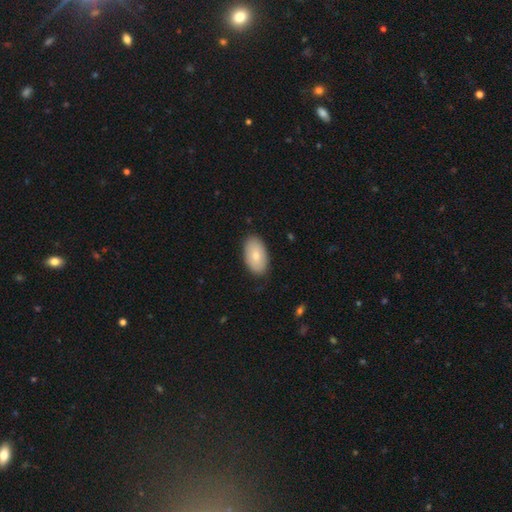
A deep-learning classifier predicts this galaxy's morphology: smooth 78%, featured or disk 16%, star or artifact 6%. Down the decision tree: how rounded — in between (95%); merging — none (84%).